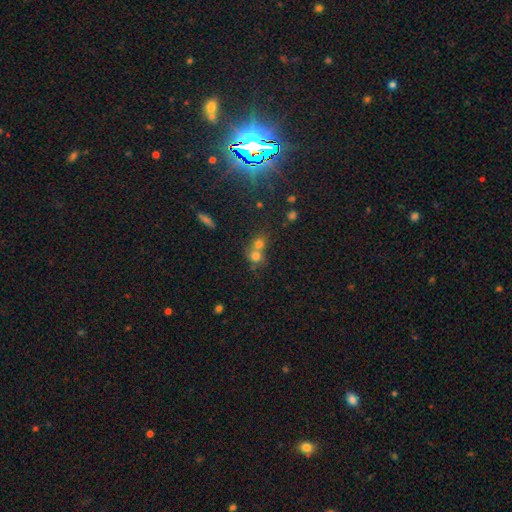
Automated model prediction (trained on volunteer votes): smooth_or_featured: smooth (p=0.71) [alt: star or artifact p=0.15]
how_rounded: round (p=0.78) [alt: in between p=0.21]
merging: merger (p=0.60) [alt: none p=0.31]